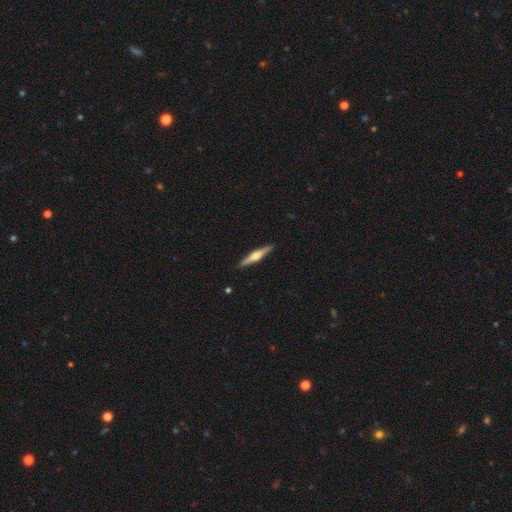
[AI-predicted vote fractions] Q: Smooth or featured?
A: featured or disk (63%); runner-up: smooth (32%)
Q: Edge-on disk?
A: yes (97%); runner-up: no (3%)
Q: Edge-on bulge?
A: rounded (85%); runner-up: boxy (10%)
Q: Merging?
A: none (91%); runner-up: minor disturbance (7%)